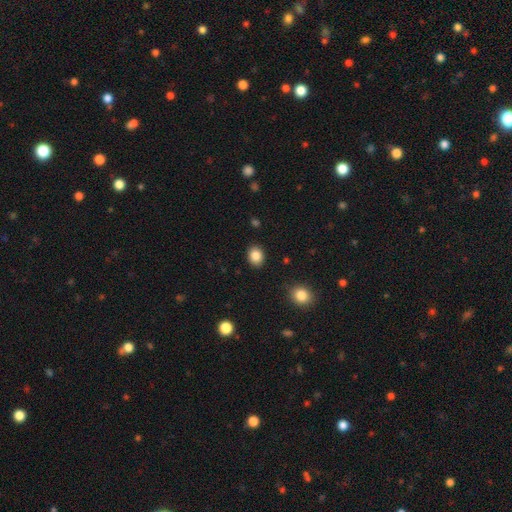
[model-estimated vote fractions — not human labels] The model was most divided on "how rounded": round: 51%, in between: 48%, cigar-shaped: 1%. More confident: merging — none (89%); smooth or featured — smooth (86%).